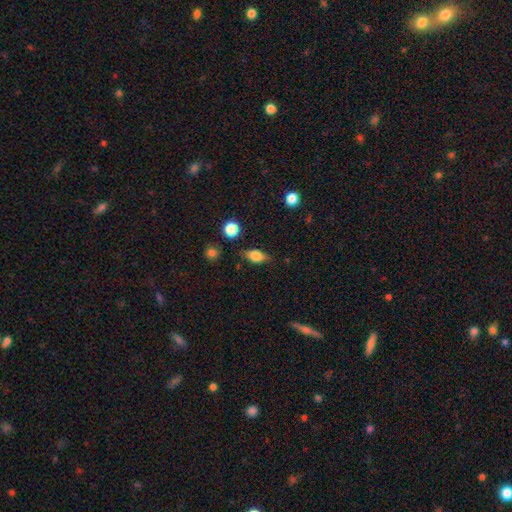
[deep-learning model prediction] Smooth or featured: smooth — 72% (featured or disk — 18%)
How rounded: in between — 79% (round — 13%)
Merging: none — 78% (minor disturbance — 16%)